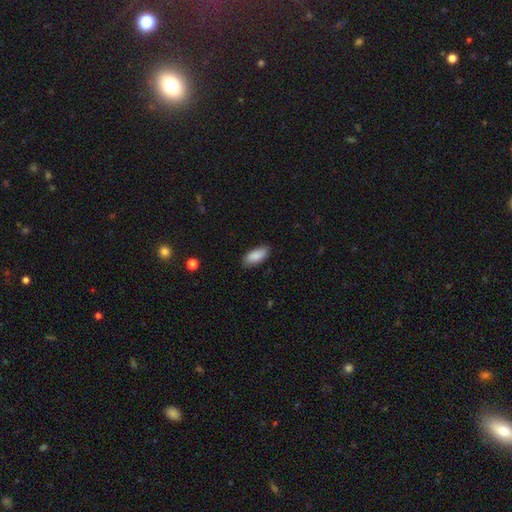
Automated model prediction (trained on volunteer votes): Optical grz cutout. It shows a smooth galaxy with no disk features (88%) that is in between round and cigar-shaped (88%). Merging: none (83%).